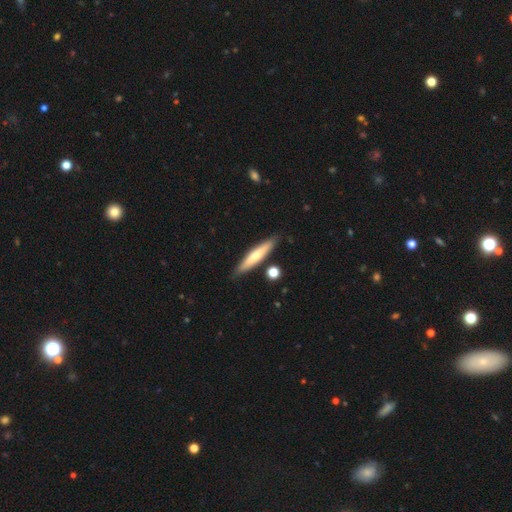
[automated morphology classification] type=smooth (60%); roundness=cigar-shaped (89%); merging=none (85%).